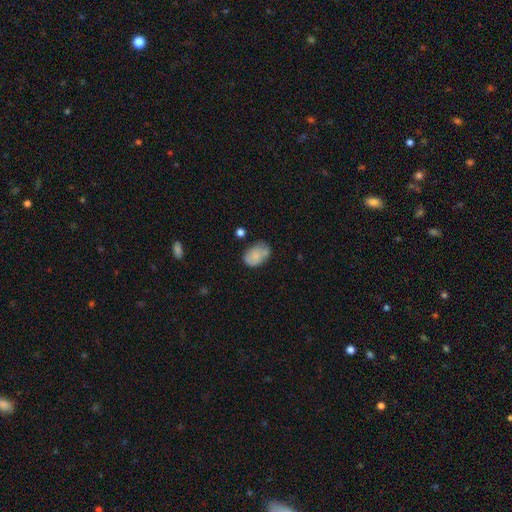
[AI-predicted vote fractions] Smooth or featured? Predicted: smooth (p=0.77). How rounded? Predicted: in between (p=0.81). Merging? Predicted: none (p=0.51).